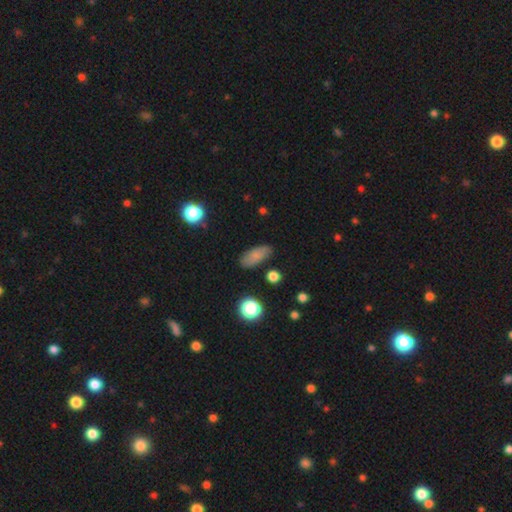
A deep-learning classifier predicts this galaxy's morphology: This appears to be a smooth galaxy with no disk features (79%) that is in between round and cigar-shaped (82%). Merging: none (81%).